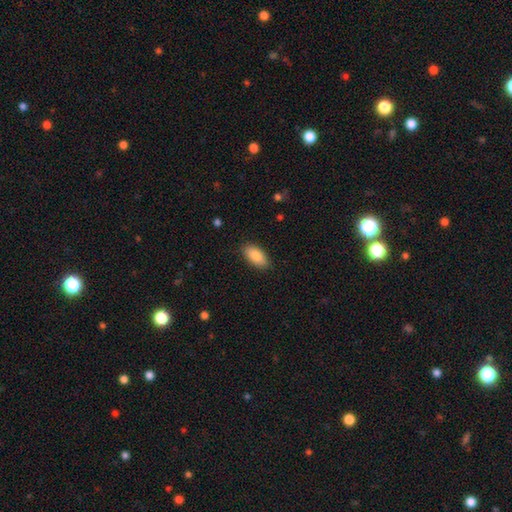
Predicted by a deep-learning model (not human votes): Overall: smooth (89%). How rounded: in between (93%). Merging: none (87%).